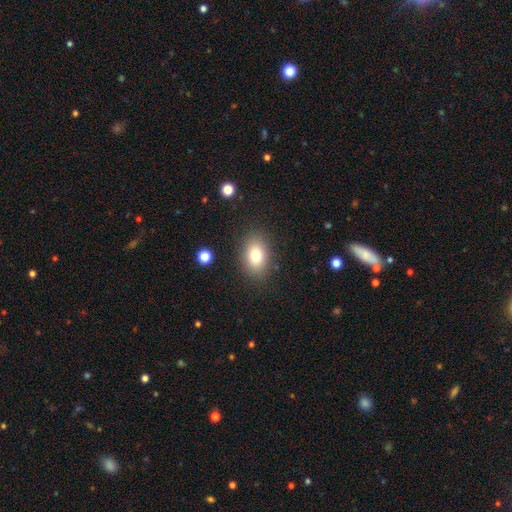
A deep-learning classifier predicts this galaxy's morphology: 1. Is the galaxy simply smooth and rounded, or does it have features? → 78% smooth, 11% featured or disk, 11% star or artifact.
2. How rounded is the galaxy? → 77% in between, 22% round, 1% cigar-shaped.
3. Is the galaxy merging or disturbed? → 86% none, 9% minor disturbance, 3% major disturbance, 1% merger.